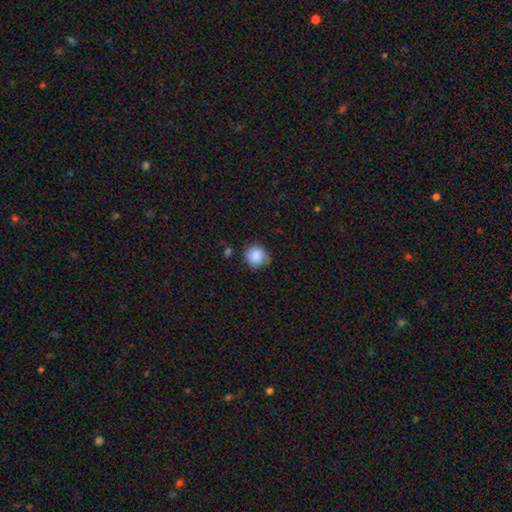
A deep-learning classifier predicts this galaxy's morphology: A smooth galaxy with no disk features (87%) that is round (90%).

Vote fractions:
- Smooth or featured? smooth: 87% / star or artifact: 8% / featured or disk: 5%
- How rounded? round: 90% / in between: 9% / cigar-shaped: 1%
- Merging? none: 73% / minor disturbance: 21% / major disturbance: 4% / merger: 2%